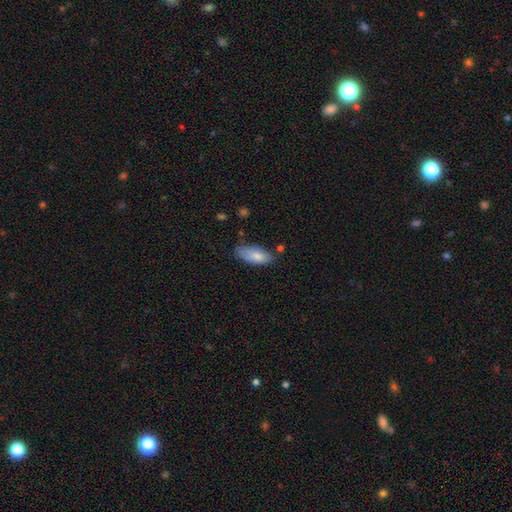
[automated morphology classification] This appears to be a smooth galaxy with no disk features (81%) that is in between round and cigar-shaped (84%). Merging: none (59%).